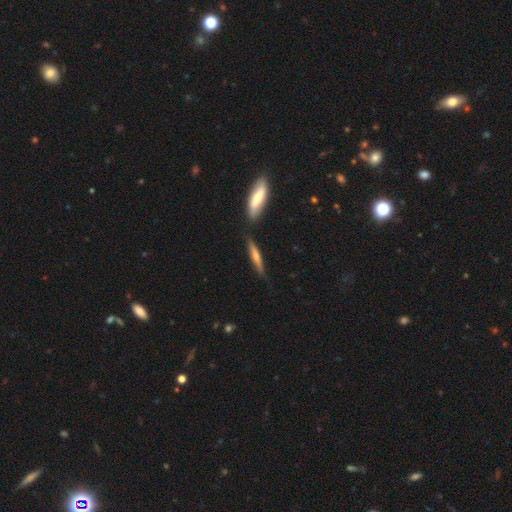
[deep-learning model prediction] Smooth or featured: smooth — 49% (featured or disk — 44%)
Merging: none — 77% (minor disturbance — 13%)